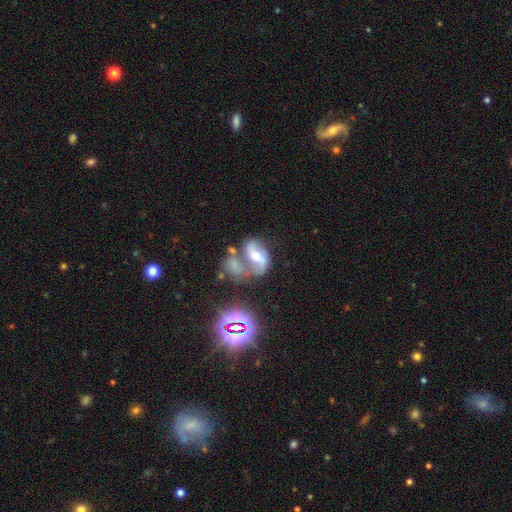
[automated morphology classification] The model was most divided on "merging": merger: 39%, none: 34%, minor disturbance: 14%, major disturbance: 13%. Remaining: edge-on disk — no (96%); spiral arms — yes (86%); spiral arm count — 2 (85%); smooth or featured — featured or disk (72%); bulge size — moderate (70%); spiral winding — loose (52%); bar — no (42%).